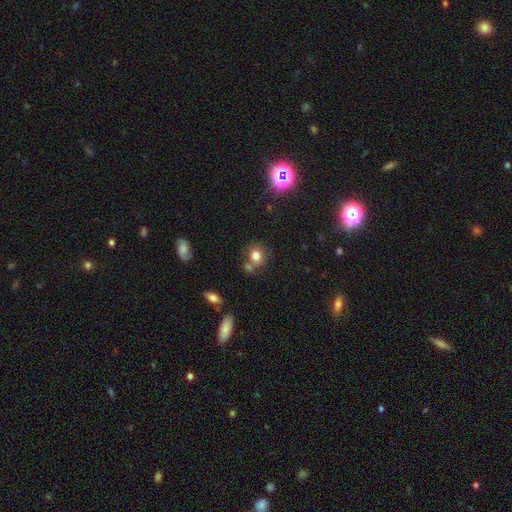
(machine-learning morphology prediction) Smooth or featured? smooth (78%)
How rounded? round (69%)
Merging? none (60%)